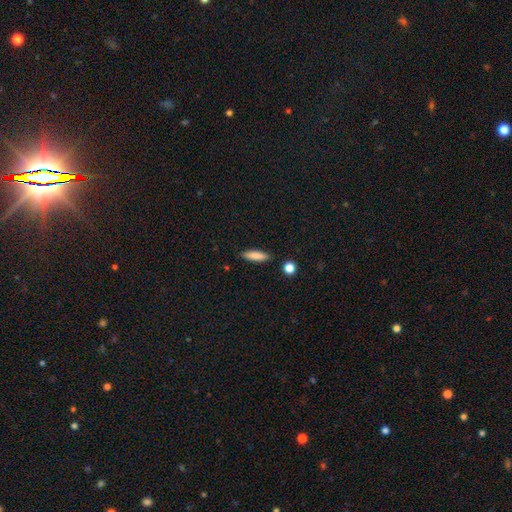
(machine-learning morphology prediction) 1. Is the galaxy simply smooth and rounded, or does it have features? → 84% smooth, 9% featured or disk, 7% star or artifact.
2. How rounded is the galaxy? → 66% cigar-shaped, 32% in between, 2% round.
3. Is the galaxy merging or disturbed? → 88% none, 8% minor disturbance, 2% merger, 2% major disturbance.